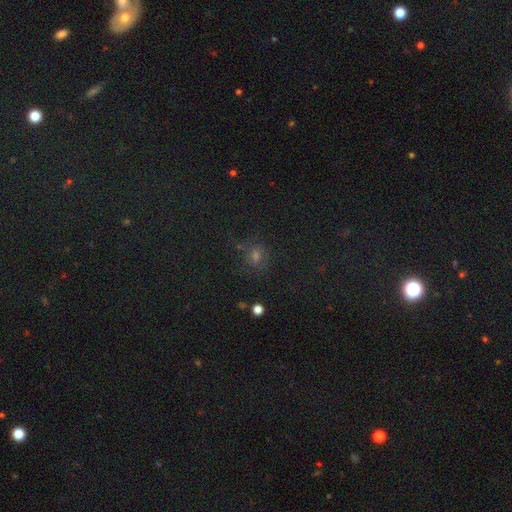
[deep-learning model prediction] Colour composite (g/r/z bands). It shows a smooth galaxy with no disk features (47%). Merging: none (72%).